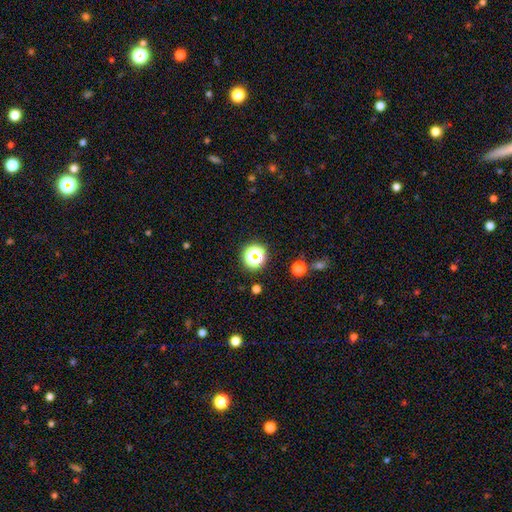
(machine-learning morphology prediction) This is possibly a star or artifact rather than a galaxy (54%).